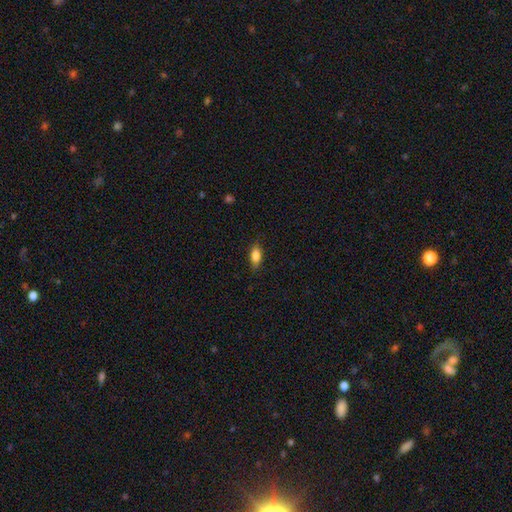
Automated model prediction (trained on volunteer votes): smooth 83%, featured or disk 10%, star or artifact 8%. Down the decision tree: how rounded — in between (83%); merging — none (84%).